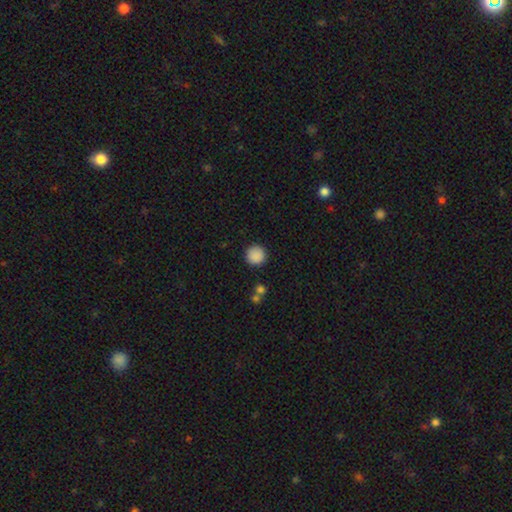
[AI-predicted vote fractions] This is clearly a smooth galaxy (88%). How rounded: clearly round (94%). Merging: clearly none (89%).